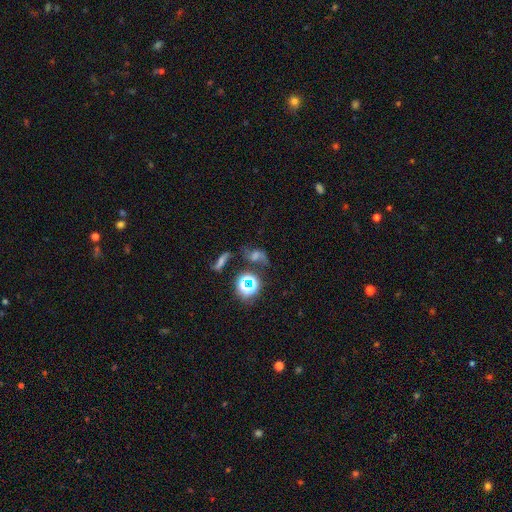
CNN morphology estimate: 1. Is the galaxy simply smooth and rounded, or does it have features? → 43% featured or disk, 36% star or artifact, 21% smooth.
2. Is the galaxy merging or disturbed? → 55% none, 16% minor disturbance, 15% merger, 14% major disturbance.